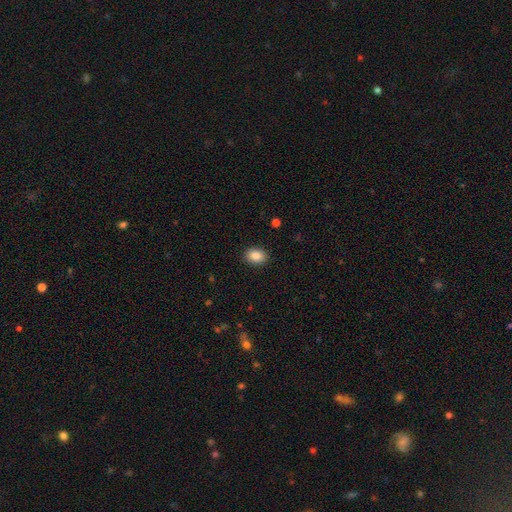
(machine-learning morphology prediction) Smooth or featured: smooth — 88% (star or artifact — 8%)
How rounded: in between — 76% (round — 23%)
Merging: none — 90% (minor disturbance — 7%)